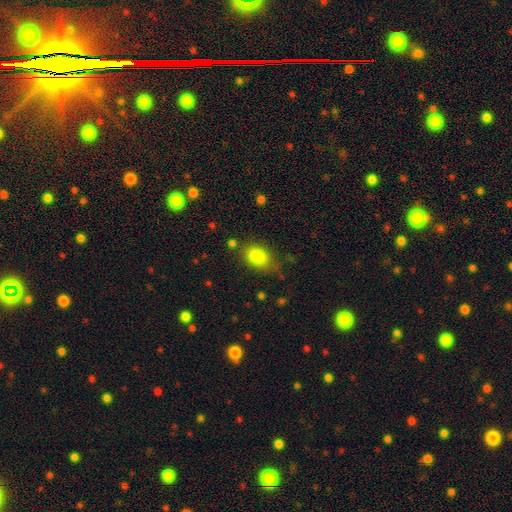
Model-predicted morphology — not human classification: A smooth galaxy with no disk features (86%) that is in between round and cigar-shaped (82%).

Vote fractions:
- Smooth or featured? smooth: 86% / star or artifact: 9% / featured or disk: 6%
- How rounded? in between: 82% / round: 17% / cigar-shaped: 2%
- Merging? none: 65% / minor disturbance: 23% / major disturbance: 8% / merger: 4%